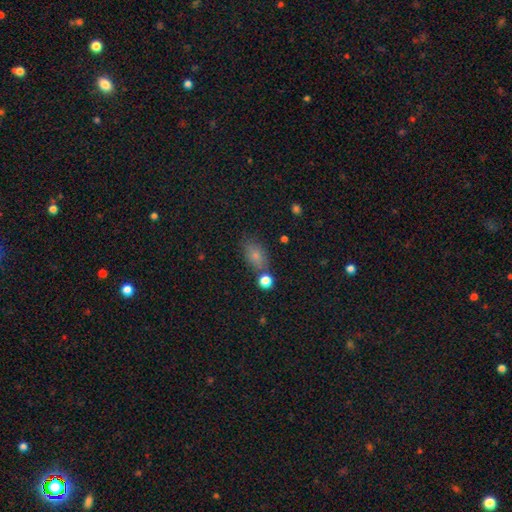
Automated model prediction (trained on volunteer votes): smooth-or-featured: smooth: 76% | star or artifact: 12% | featured or disk: 12%
  how-rounded: in between: 83% | round: 13% | cigar-shaped: 4%
  merging: none: 64% | minor disturbance: 18% | merger: 12% | major disturbance: 6%